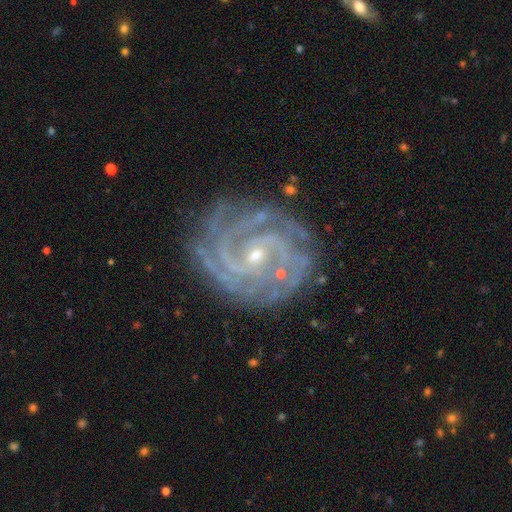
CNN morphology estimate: Smooth or featured?
  - featured or disk: 91% *
  - star or artifact: 6%
  - smooth: 3%
Edge-on disk?
  - no: 98% *
  - yes: 2%
Bar?
  - no: 51% *
  - weak: 34%
  - strong: 15%
Spiral arms?
  - yes: 98% *
  - no: 2%
Spiral winding?
  - tight: 67% *
  - medium: 29%
  - loose: 4%
Spiral arm count?
  - 2: 28% *
  - 3: 27%
  - 4: 16%
  - can't tell: 13%
  - more than 4: 9%
  - 1: 7%
Bulge size?
  - small: 78% *
  - moderate: 19%
  - none: 1%
  - large: 1%
  - dominant: 1%
Merging?
  - none: 76% *
  - minor disturbance: 16%
  - major disturbance: 6%
  - merger: 2%